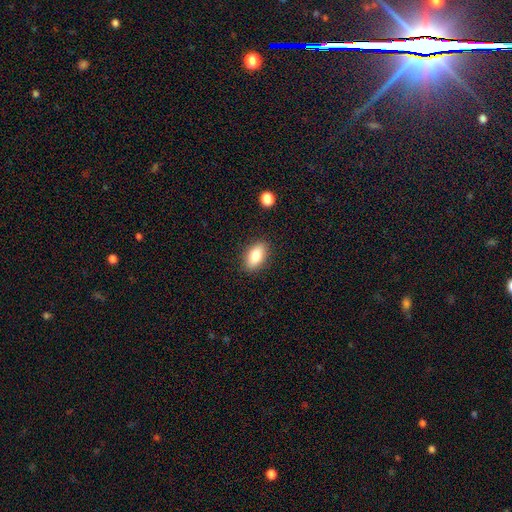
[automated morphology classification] Smooth or featured? Predicted: smooth (p=0.82). How rounded? Predicted: in between (p=0.89). Merging? Predicted: none (p=0.87).